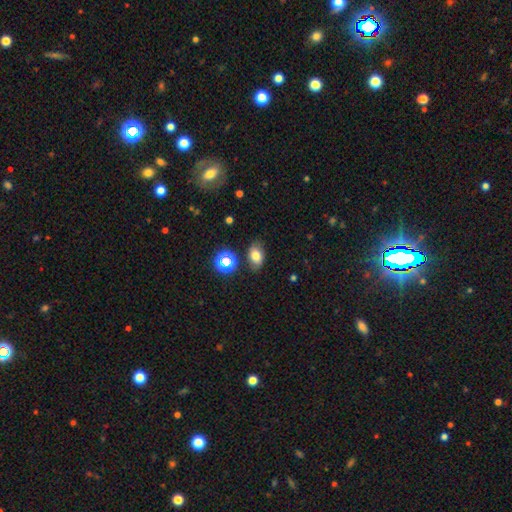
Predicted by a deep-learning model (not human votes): Smooth or featured: smooth — 72% (star or artifact — 15%)
How rounded: in between — 82% (round — 16%)
Merging: none — 80% (minor disturbance — 14%)